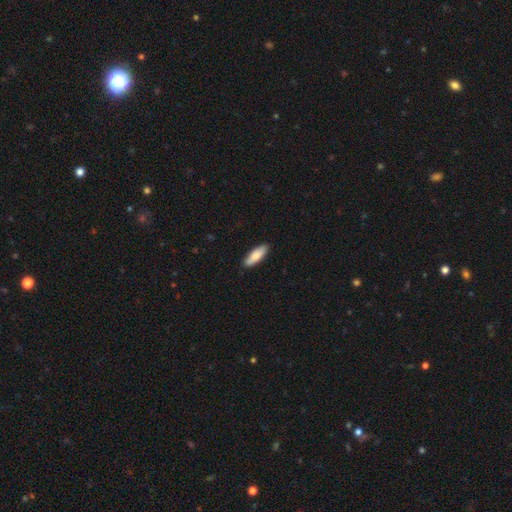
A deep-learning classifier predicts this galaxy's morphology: This is clearly a smooth galaxy (83%). How rounded: possibly in between (54%). Merging: clearly none (88%).